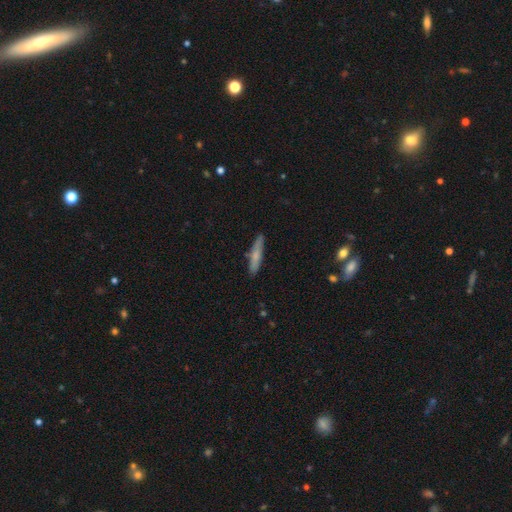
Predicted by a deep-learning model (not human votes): The model was most divided on "smooth or featured": smooth: 64%, featured or disk: 30%, star or artifact: 6%. More confident: how rounded — cigar-shaped (89%); merging — none (85%).